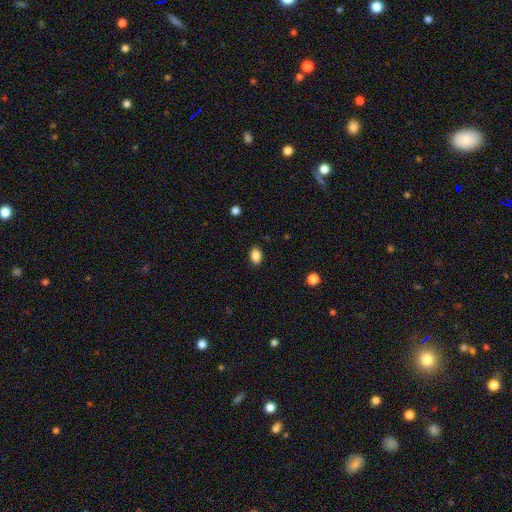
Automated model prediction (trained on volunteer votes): Overall: smooth (87%). How rounded: in between (83%). Merging: none (88%).